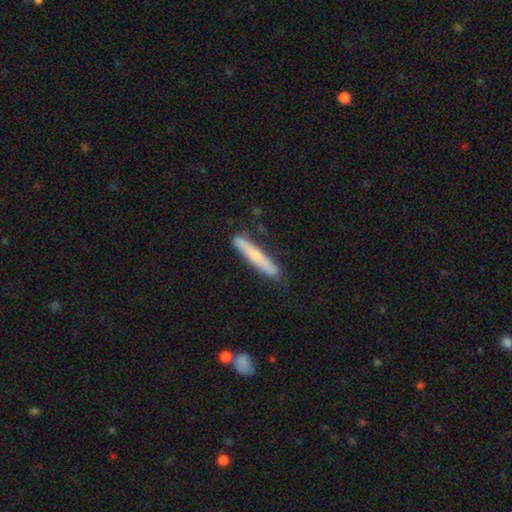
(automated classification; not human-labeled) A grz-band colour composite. It shows a smooth galaxy with no disk features (55%) that is cigar-shaped (94%). Merging: none (83%).